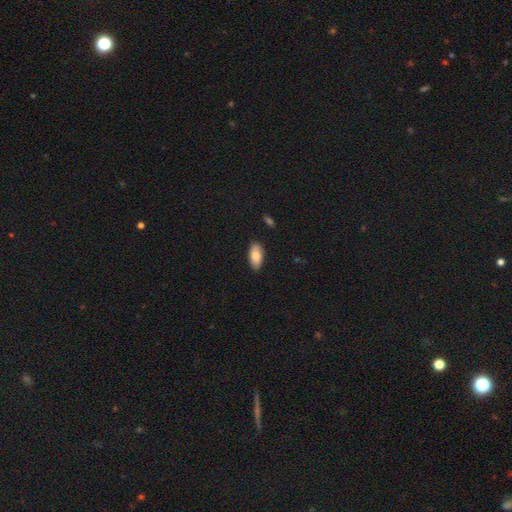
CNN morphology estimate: Q: Smooth or featured?
A: smooth (82%); runner-up: featured or disk (12%)
Q: How rounded?
A: in between (91%); runner-up: cigar-shaped (7%)
Q: Merging?
A: none (86%); runner-up: minor disturbance (11%)